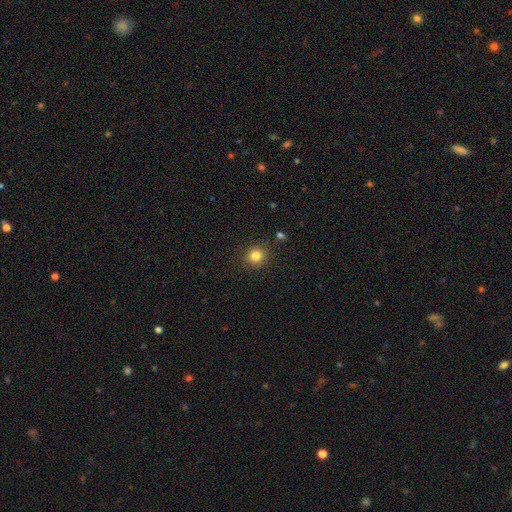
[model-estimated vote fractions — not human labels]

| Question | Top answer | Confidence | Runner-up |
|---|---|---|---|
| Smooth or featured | smooth | 83% | star or artifact (11%) |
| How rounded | round | 85% | in between (14%) |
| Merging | none | 87% | minor disturbance (9%) |